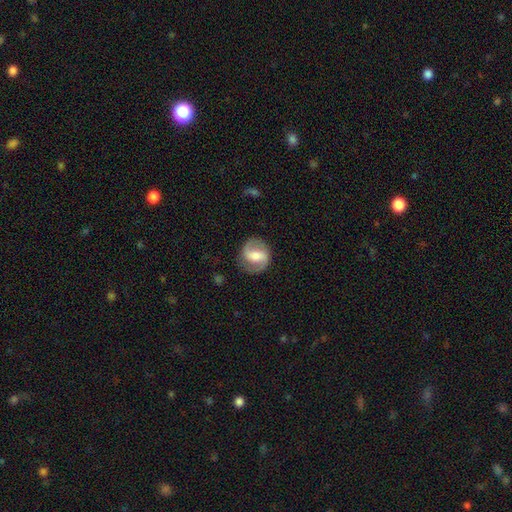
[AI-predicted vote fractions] Q: Smooth or featured?
A: featured or disk (75%); runner-up: smooth (19%)
Q: Edge-on disk?
A: no (97%); runner-up: yes (3%)
Q: Bar?
A: weak (42%); runner-up: strong (36%)
Q: Spiral arms?
A: yes (91%); runner-up: no (9%)
Q: Spiral winding?
A: medium (49%); runner-up: loose (31%)
Q: Spiral arm count?
A: 2 (91%); runner-up: can't tell (4%)
Q: Bulge size?
A: moderate (58%); runner-up: small (25%)
Q: Merging?
A: none (83%); runner-up: minor disturbance (11%)